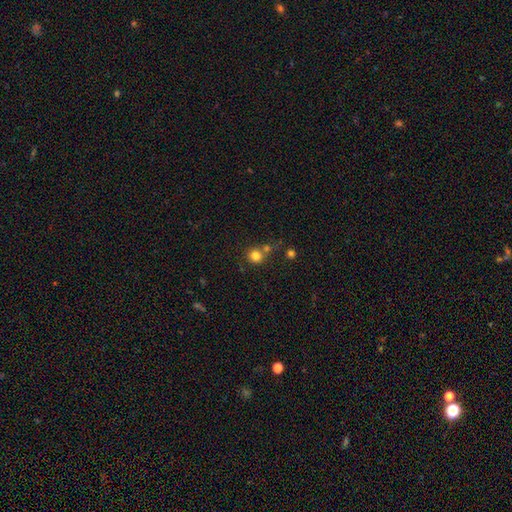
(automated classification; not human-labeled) smooth 80%, star or artifact 13%, featured or disk 7%. Down the decision tree: how rounded — round (91%); merging — none (61%).